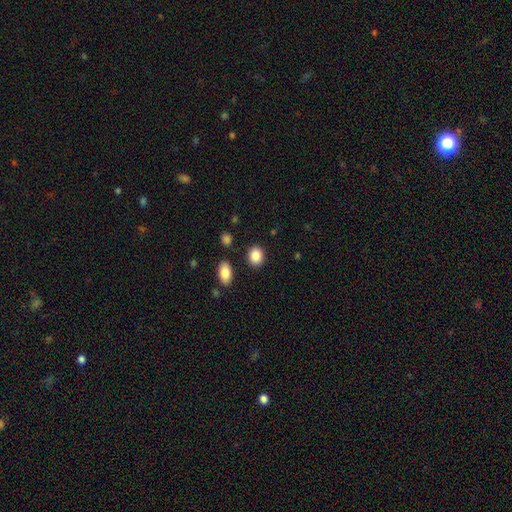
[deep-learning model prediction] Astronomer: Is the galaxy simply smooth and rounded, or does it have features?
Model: smooth — 87%.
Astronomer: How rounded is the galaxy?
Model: in between — 52% (runner-up: round, 47%).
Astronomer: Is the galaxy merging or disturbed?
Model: none — 85%.